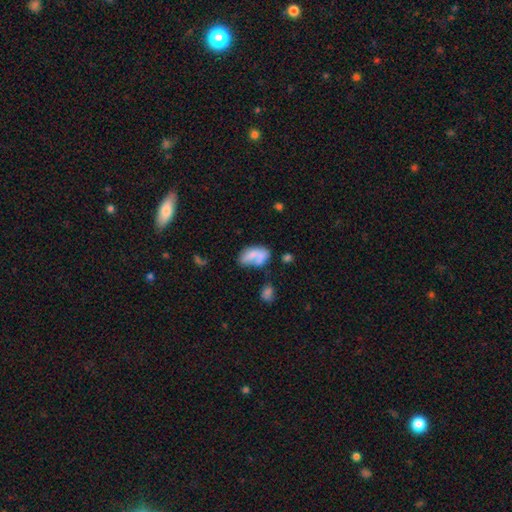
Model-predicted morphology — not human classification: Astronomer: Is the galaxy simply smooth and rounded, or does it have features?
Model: smooth — 66%.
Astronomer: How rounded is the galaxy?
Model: in between — 91%.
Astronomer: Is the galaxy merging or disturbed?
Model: none — 32% (runner-up: merger, 26%).